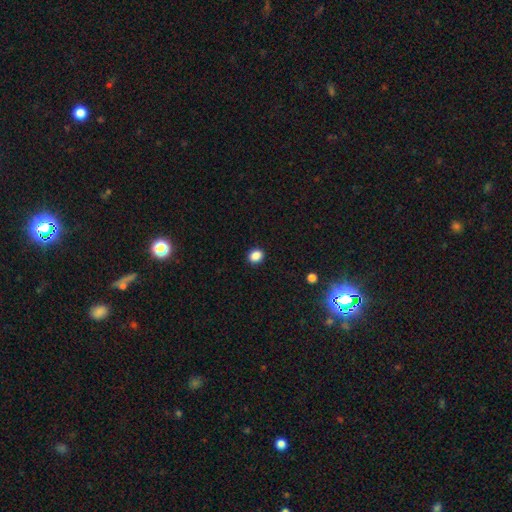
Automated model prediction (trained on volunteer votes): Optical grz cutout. It shows a smooth galaxy with no disk features (87%) that is round (55%). Merging: none (90%).